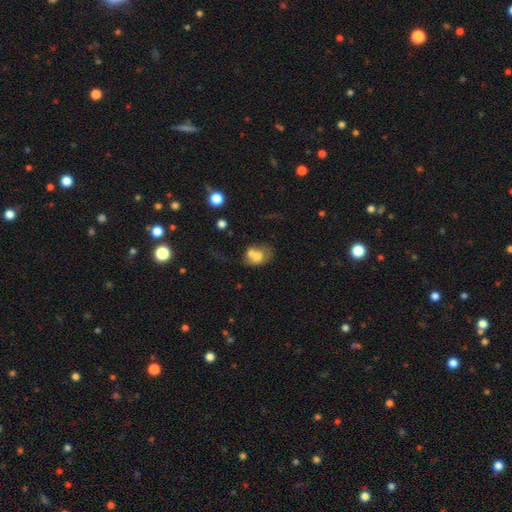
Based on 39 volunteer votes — smooth 67%, featured or disk 23%, star or artifact 10%. Down the decision tree: how rounded — in between (58%); merging — merger (60%).